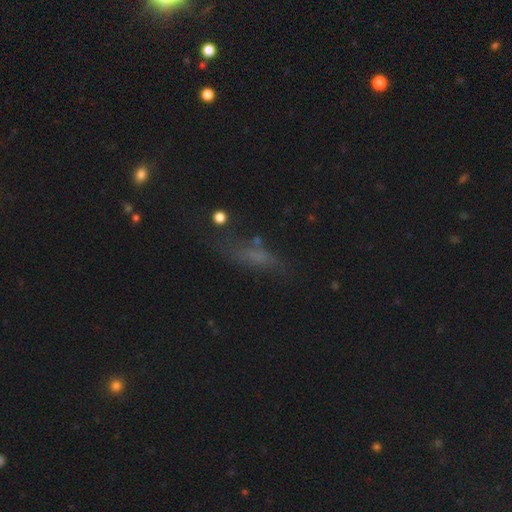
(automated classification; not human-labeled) smooth_or_featured: smooth (p=0.48) [alt: featured or disk p=0.27]
merging: none (p=0.53) [alt: minor disturbance p=0.23]